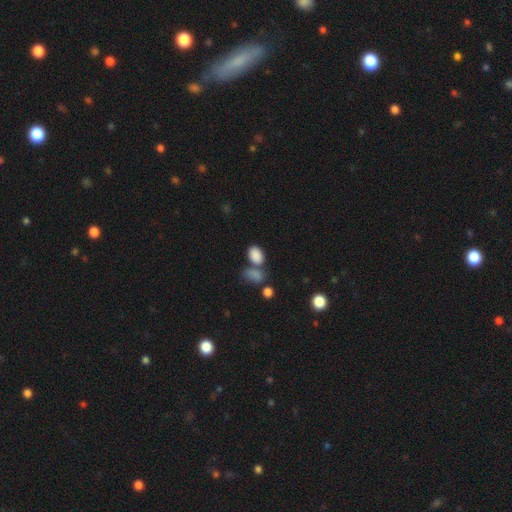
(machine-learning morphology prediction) A smooth galaxy with no disk features (85%) that is in between round and cigar-shaped (87%). Merging: none (47%).